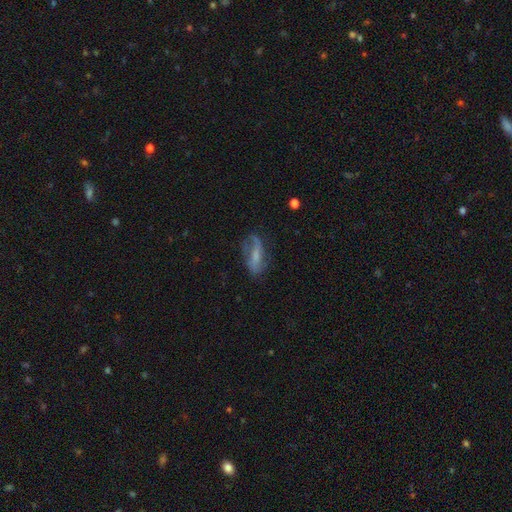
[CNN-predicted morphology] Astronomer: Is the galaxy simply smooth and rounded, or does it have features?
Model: featured or disk — 58%.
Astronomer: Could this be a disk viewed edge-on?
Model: no — 87%.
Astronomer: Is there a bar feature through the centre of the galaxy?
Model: weak — 38% (runner-up: no, 35%).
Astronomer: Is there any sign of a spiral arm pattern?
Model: yes — 79%.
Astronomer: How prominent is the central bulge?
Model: small — 38% (runner-up: moderate, 28%).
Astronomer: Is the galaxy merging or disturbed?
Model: none — 57%.